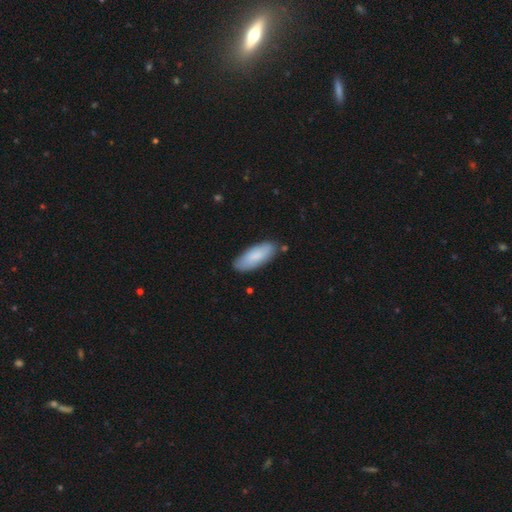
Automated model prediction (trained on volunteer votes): smooth_or_featured: smooth (p=0.83) [alt: featured or disk p=0.12]
how_rounded: in between (p=0.72) [alt: cigar-shaped p=0.26]
merging: none (p=0.83) [alt: minor disturbance p=0.13]